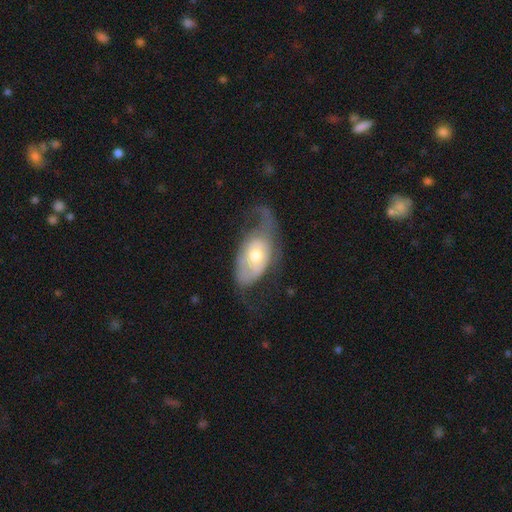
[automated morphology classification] A featured or disk galaxy (56%) with no bar (77%), spiral arms (58%) and a moderate central bulge (66%).

Vote fractions:
- Smooth or featured? featured or disk: 56% / smooth: 38% / star or artifact: 6%
- Edge-on disk? no: 91% / yes: 9%
- Bar? no: 77% / weak: 19% / strong: 4%
- Spiral arms? yes: 58% / no: 42%
- Bulge size? moderate: 66% / small: 22% / large: 9% / dominant: 1% / none: 1%
- Merging? major disturbance: 45% / none: 29% / minor disturbance: 24% / merger: 3%